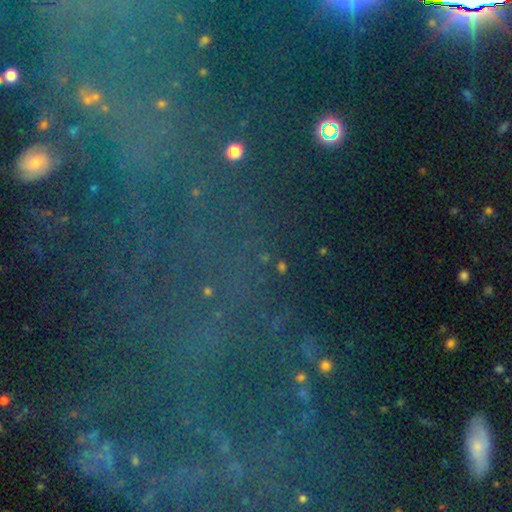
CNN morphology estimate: This is likely a star or artifact rather than a galaxy (71%).